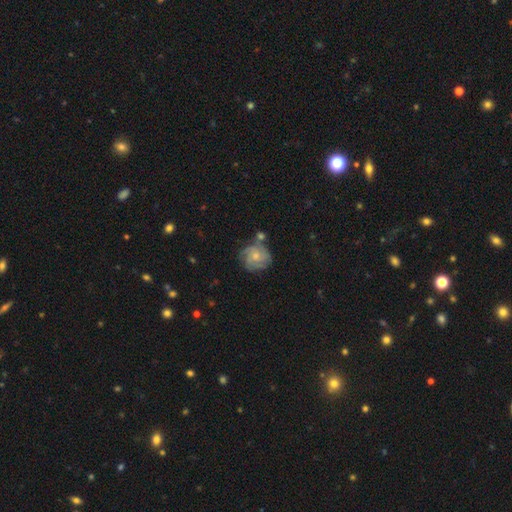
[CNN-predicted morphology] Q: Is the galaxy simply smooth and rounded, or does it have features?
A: featured or disk — 64%.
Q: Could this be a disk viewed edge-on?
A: no — 98%.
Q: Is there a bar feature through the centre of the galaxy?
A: no — 78%.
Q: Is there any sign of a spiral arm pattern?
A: yes — 90%.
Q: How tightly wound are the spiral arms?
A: tight — 58%.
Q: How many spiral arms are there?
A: can't tell — 30%.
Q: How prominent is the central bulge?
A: small — 53%.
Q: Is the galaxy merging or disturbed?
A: none — 62%.